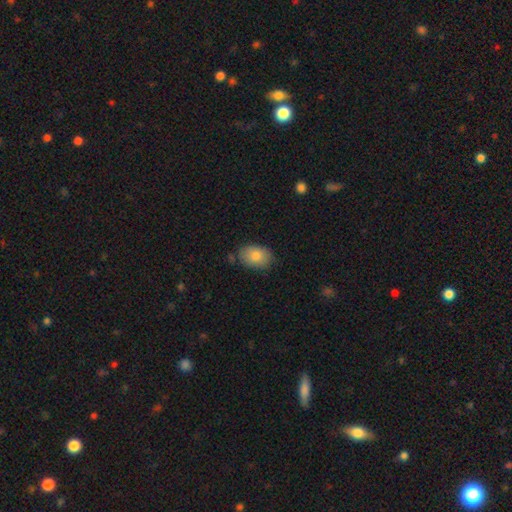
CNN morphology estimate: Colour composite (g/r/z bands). It shows a smooth galaxy with no disk features (83%) that is in between round and cigar-shaped (81%). Merging: none (78%).